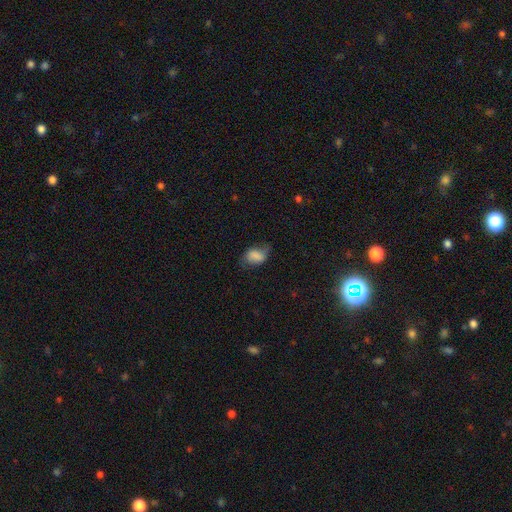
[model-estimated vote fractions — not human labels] Smooth or featured: smooth — 68% (featured or disk — 22%)
How rounded: in between — 83% (round — 15%)
Merging: none — 49% (minor disturbance — 32%)